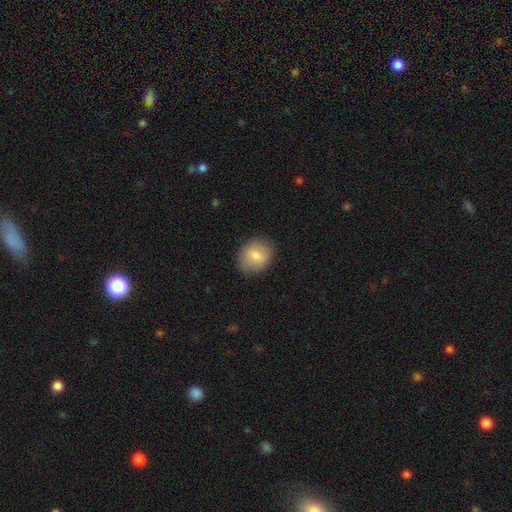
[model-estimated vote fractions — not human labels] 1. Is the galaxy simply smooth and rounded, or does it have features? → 78% smooth, 14% featured or disk, 7% star or artifact.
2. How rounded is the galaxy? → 56% round, 43% in between, 1% cigar-shaped.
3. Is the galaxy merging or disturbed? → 85% none, 11% minor disturbance, 3% major disturbance, 1% merger.